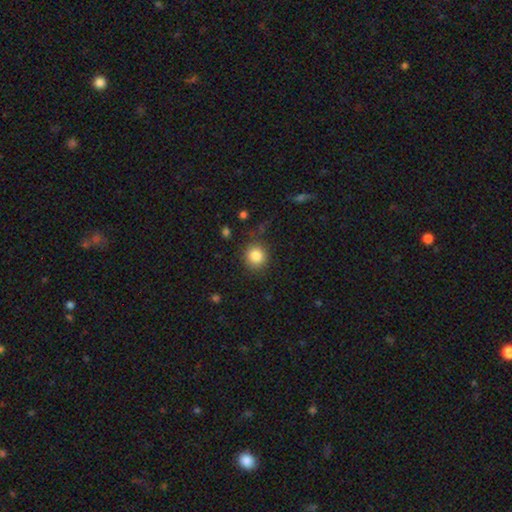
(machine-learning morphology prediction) smooth-or-featured: smooth: 85% | star or artifact: 10% | featured or disk: 5%
  how-rounded: round: 88% | in between: 11% | cigar-shaped: 1%
  merging: none: 85% | minor disturbance: 10% | major disturbance: 4% | merger: 2%